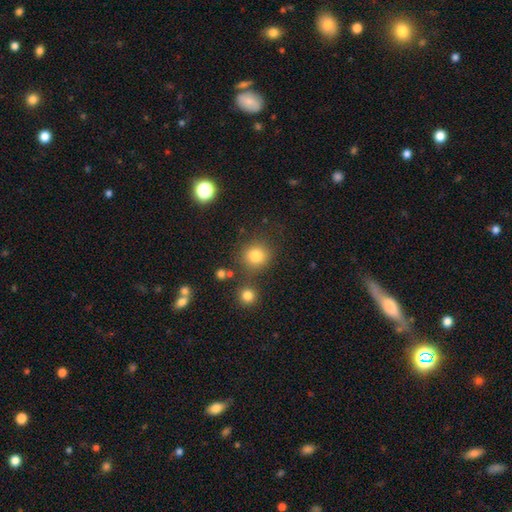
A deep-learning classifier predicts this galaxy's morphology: Smooth or featured? Predicted: smooth (p=0.81). How rounded? Predicted: round (p=0.88). Merging? Predicted: none (p=0.76).